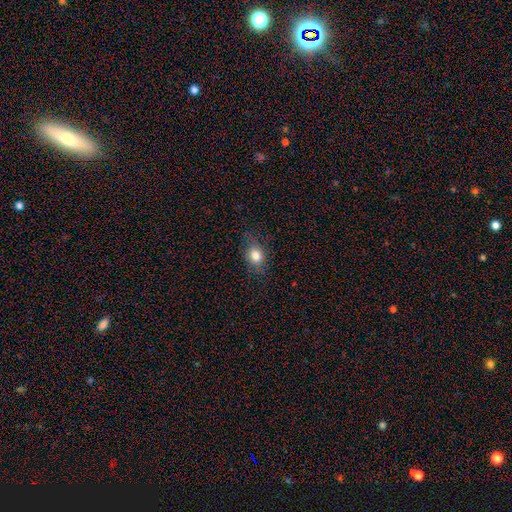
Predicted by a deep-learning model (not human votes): Smooth or featured? Predicted: smooth (p=0.79). How rounded? Predicted: in between (p=0.58). Merging? Predicted: none (p=0.77).